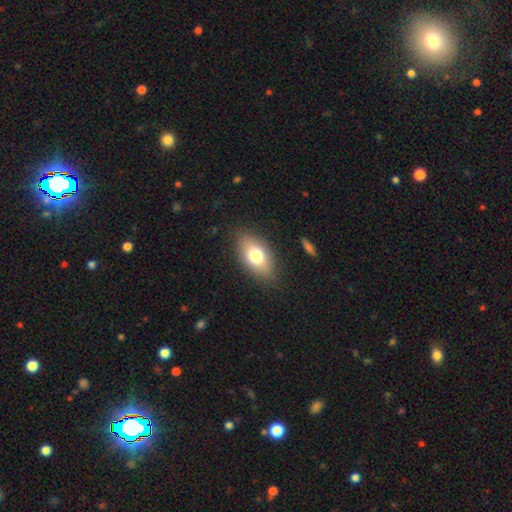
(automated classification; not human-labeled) smooth-or-featured: smooth: 74% | featured or disk: 18% | star or artifact: 8%
  how-rounded: in between: 89% | round: 7% | cigar-shaped: 4%
  merging: none: 84% | minor disturbance: 11% | major disturbance: 3% | merger: 1%